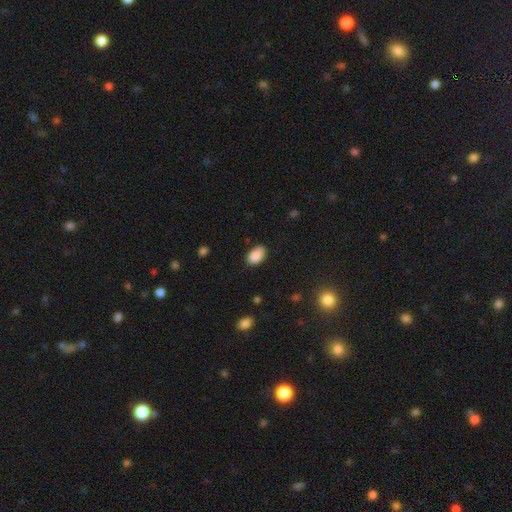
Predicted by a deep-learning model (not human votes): This is clearly a smooth galaxy (88%). How rounded: clearly in between (90%). Merging: likely none (76%).